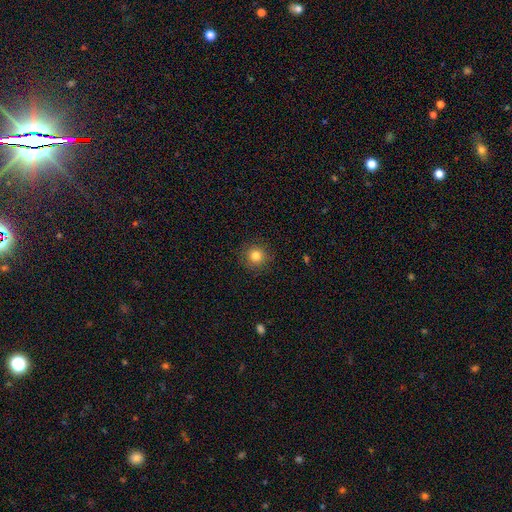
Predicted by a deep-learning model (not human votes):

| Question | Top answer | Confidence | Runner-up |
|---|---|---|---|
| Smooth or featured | smooth | 83% | star or artifact (11%) |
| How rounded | round | 93% | in between (6%) |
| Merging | none | 89% | minor disturbance (7%) |